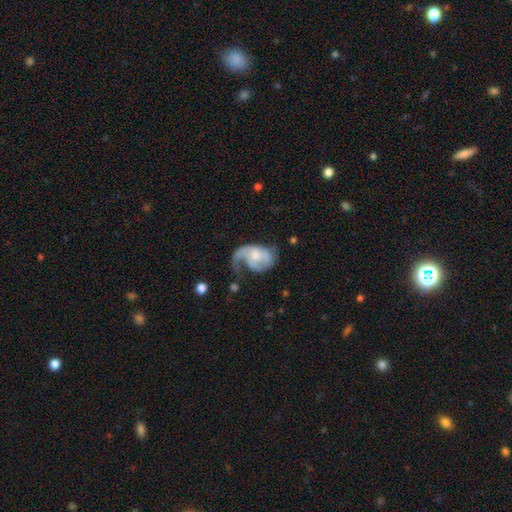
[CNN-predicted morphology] Smooth or featured? featured or disk (74%)
Edge-on disk? no (97%)
Bar? no (65%)
Spiral arms? yes (88%)
Spiral winding? loose (43%)
Spiral arm count? 1 (48%)
Bulge size? moderate (45%)
Merging? major disturbance (45%)